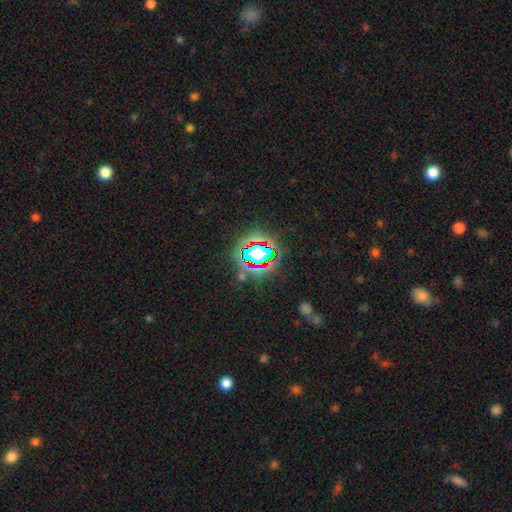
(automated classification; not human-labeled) Morphology: type=star or artifact (76%).